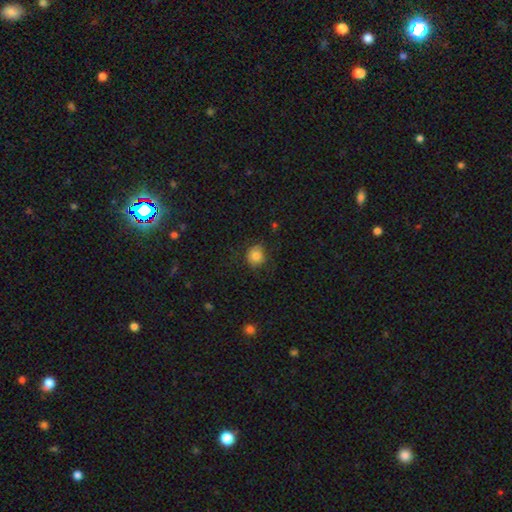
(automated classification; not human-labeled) Overall: smooth (81%). How rounded: round (75%). Merging: none (75%).